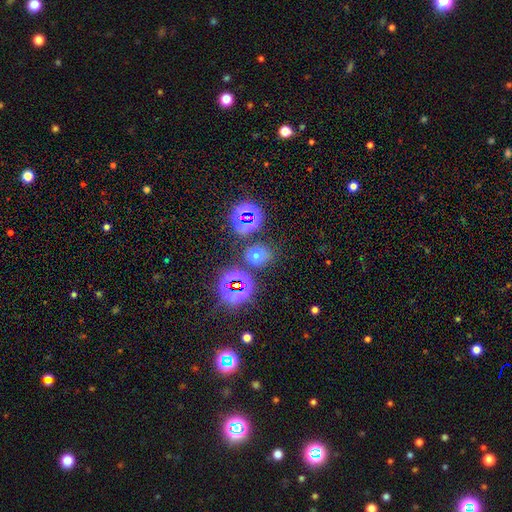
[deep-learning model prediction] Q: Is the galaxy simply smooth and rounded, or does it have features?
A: smooth — 55%.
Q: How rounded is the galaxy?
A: round — 65%.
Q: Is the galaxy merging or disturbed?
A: none — 78%.